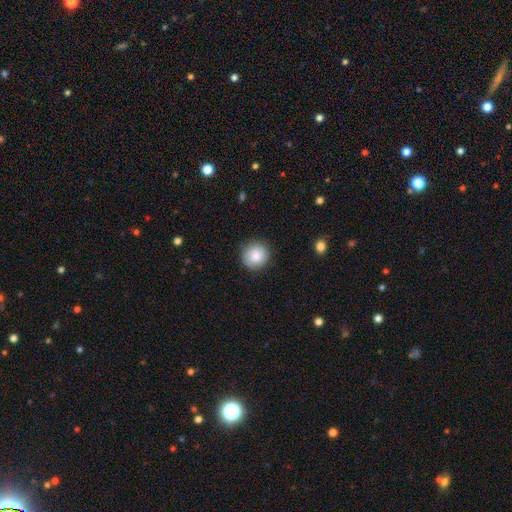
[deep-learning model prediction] Smooth or featured? smooth (85%)
How rounded? round (92%)
Merging? none (88%)